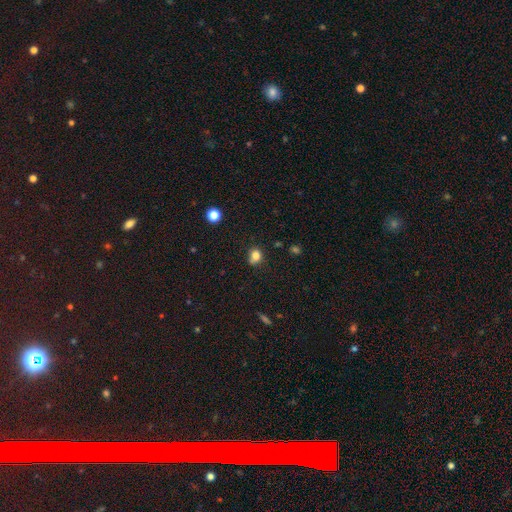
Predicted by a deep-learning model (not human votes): Overall: smooth (80%). How rounded: round (69%; in between 30%). Merging: none (66%).